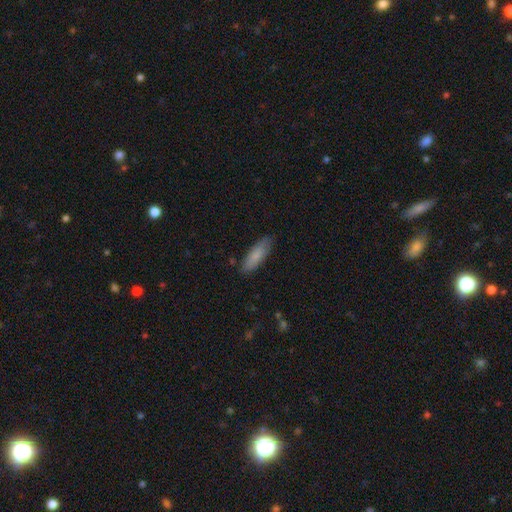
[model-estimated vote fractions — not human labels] A smooth galaxy with no disk features (80%) that is cigar-shaped (53%).

Vote fractions:
- Smooth or featured? smooth: 80% / featured or disk: 14% / star or artifact: 6%
- How rounded? cigar-shaped: 53% / in between: 46% / round: 2%
- Merging? none: 81% / minor disturbance: 15% / major disturbance: 3% / merger: 1%